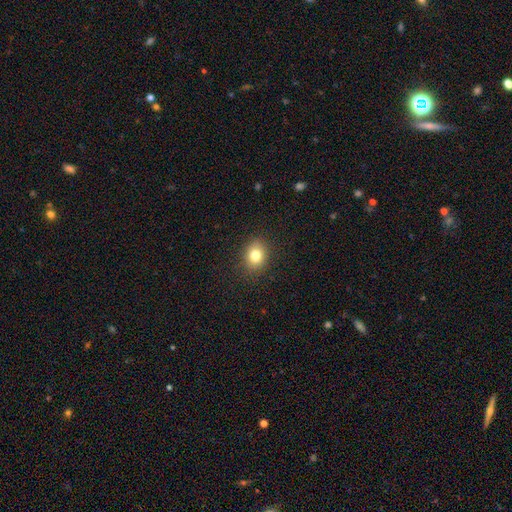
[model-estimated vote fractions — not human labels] Smooth or featured: smooth — 65% (star or artifact — 28%)
How rounded: round — 69% (in between — 29%)
Merging: none — 90% (minor disturbance — 6%)